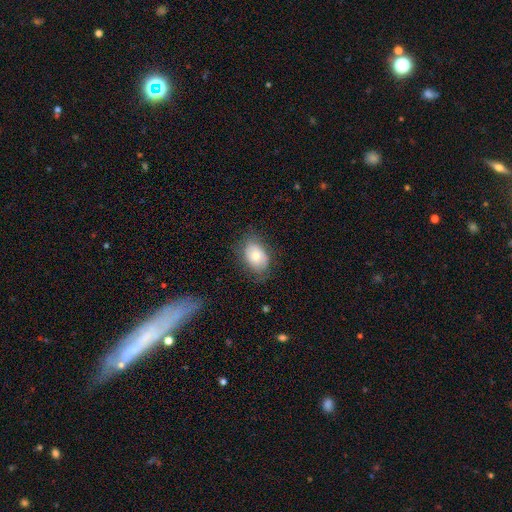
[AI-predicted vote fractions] Smooth or featured? Predicted: smooth (p=0.68). How rounded? Predicted: in between (p=0.82). Merging? Predicted: none (p=0.69).